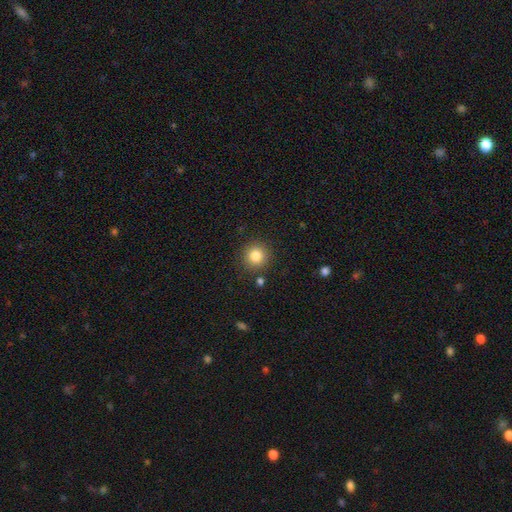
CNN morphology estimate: smooth 83%, star or artifact 11%, featured or disk 6%. Down the decision tree: how rounded — round (93%); merging — none (87%).